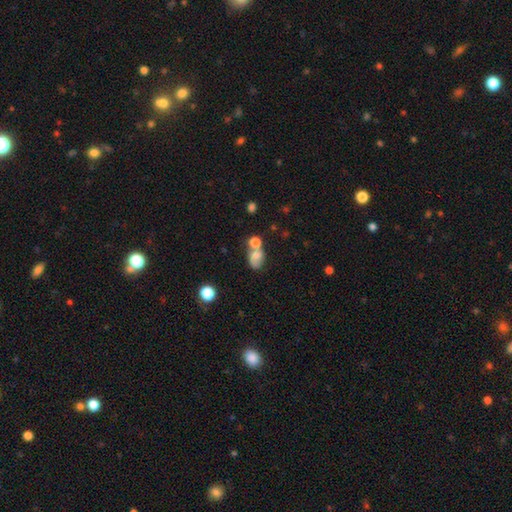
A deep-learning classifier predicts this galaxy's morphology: Overall: smooth (62%; featured or disk 27%). How rounded: in between (65%; round 33%). Merging: merger (48%; none 29%).